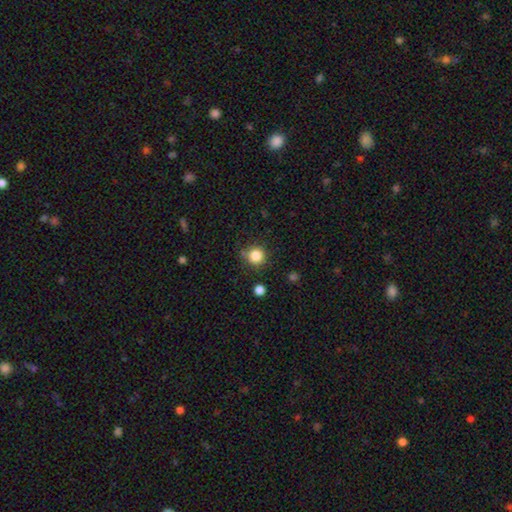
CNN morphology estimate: smooth 84%, star or artifact 11%, featured or disk 5%. Down the decision tree: how rounded — round (93%); merging — none (80%).